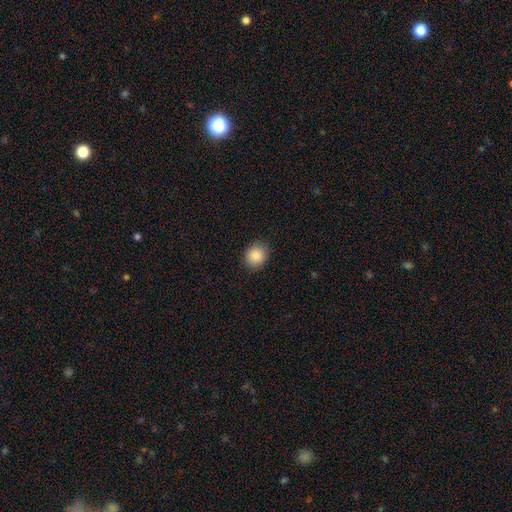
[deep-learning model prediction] The model was most divided on "how rounded": round: 70%, in between: 29%, cigar-shaped: 1%. More confident: merging — none (87%); smooth or featured — smooth (86%).